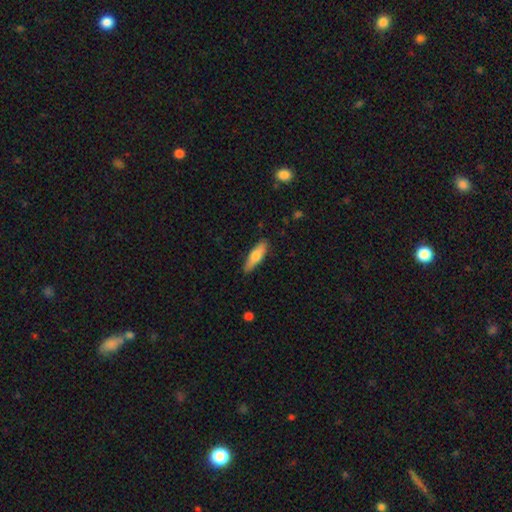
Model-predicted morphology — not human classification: Q: Smooth or featured?
A: smooth (68%); runner-up: featured or disk (27%)
Q: How rounded?
A: cigar-shaped (58%); runner-up: in between (40%)
Q: Merging?
A: none (85%); runner-up: minor disturbance (12%)